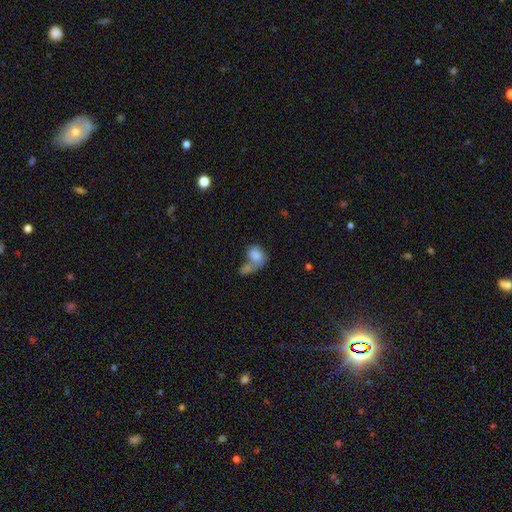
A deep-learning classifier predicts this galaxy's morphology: Overall: smooth (81%). How rounded: in between (69%). Merging: merger (60%; none 21%).